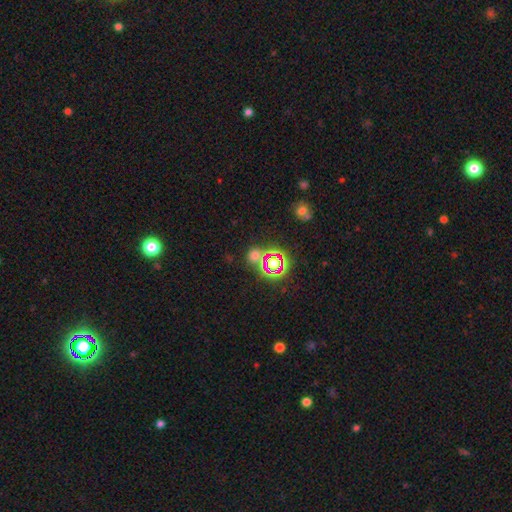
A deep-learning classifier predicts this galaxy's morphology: Smooth or featured: star or artifact — 50% (smooth — 41%)